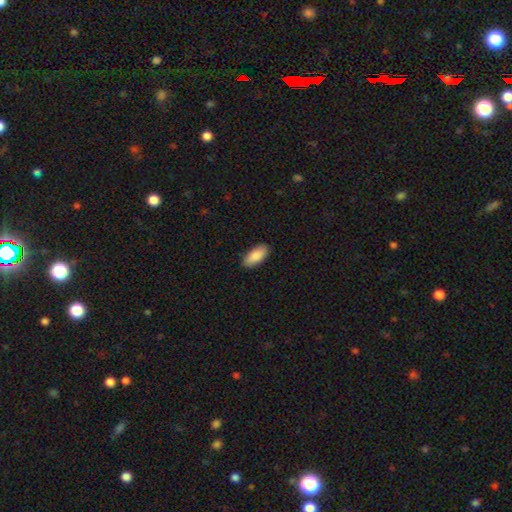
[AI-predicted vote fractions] Smooth or featured: smooth — 89% (star or artifact — 6%)
How rounded: in between — 90% (cigar-shaped — 8%)
Merging: none — 88% (minor disturbance — 9%)